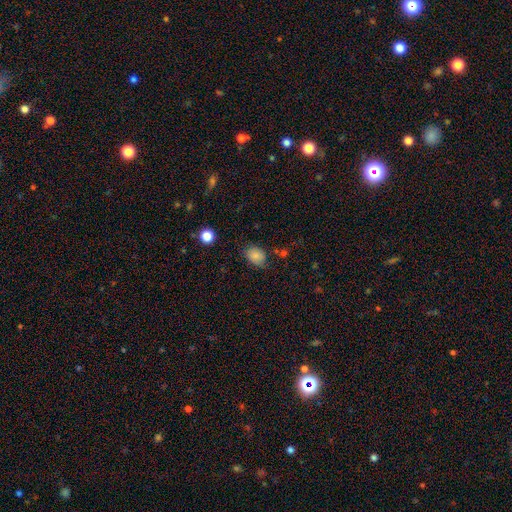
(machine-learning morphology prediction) Smooth or featured? Predicted: smooth (p=0.83). How rounded? Predicted: in between (p=0.64). Merging? Predicted: none (p=0.70).